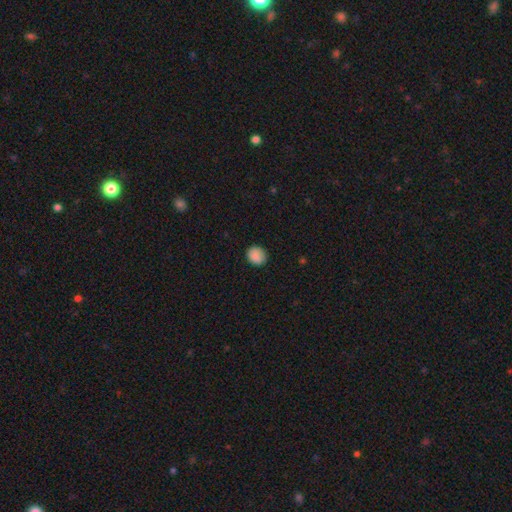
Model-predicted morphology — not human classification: Q: Smooth or featured?
A: smooth (88%); runner-up: star or artifact (9%)
Q: How rounded?
A: round (75%); runner-up: in between (24%)
Q: Merging?
A: none (87%); runner-up: minor disturbance (10%)